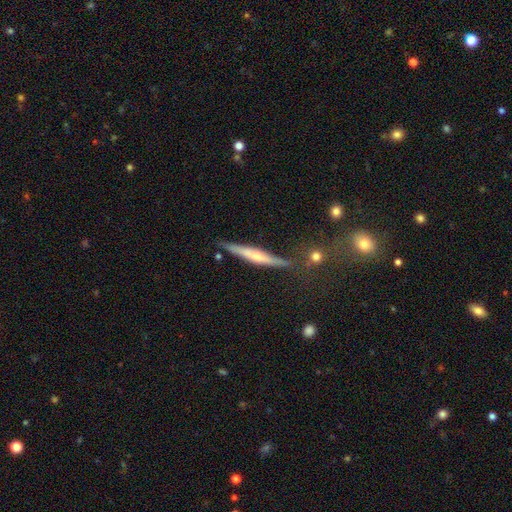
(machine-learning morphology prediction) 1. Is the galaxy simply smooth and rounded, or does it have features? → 54% featured or disk, 39% smooth, 7% star or artifact.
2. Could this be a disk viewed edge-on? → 94% yes, 6% no.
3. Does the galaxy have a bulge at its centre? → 51% rounded, 33% none, 16% boxy.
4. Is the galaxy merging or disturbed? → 75% none, 17% minor disturbance, 4% merger, 4% major disturbance.